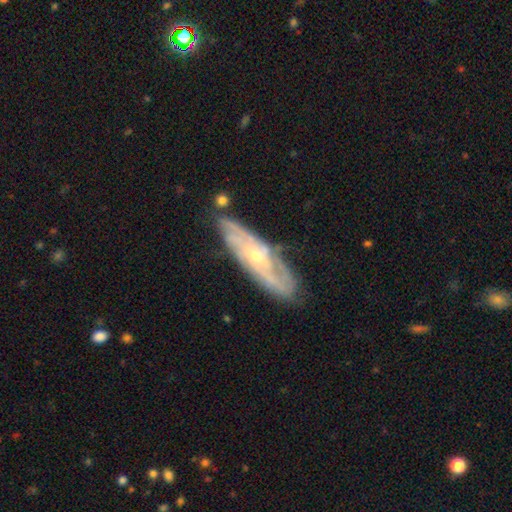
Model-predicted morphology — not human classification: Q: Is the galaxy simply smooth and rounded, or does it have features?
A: featured or disk — 81%.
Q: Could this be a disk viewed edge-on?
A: no — 76%.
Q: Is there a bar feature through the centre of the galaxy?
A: no — 59%.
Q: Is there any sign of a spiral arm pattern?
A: yes — 91%.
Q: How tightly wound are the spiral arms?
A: tight — 57%.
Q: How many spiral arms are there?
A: can't tell — 40%.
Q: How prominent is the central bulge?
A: small — 62%.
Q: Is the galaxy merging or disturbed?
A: none — 74%.